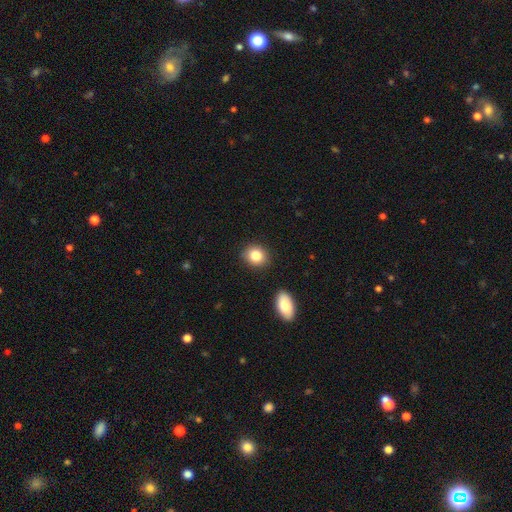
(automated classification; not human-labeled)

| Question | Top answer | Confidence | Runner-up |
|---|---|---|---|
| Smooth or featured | smooth | 84% | star or artifact (9%) |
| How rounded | round | 66% | in between (33%) |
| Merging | none | 87% | minor disturbance (8%) |